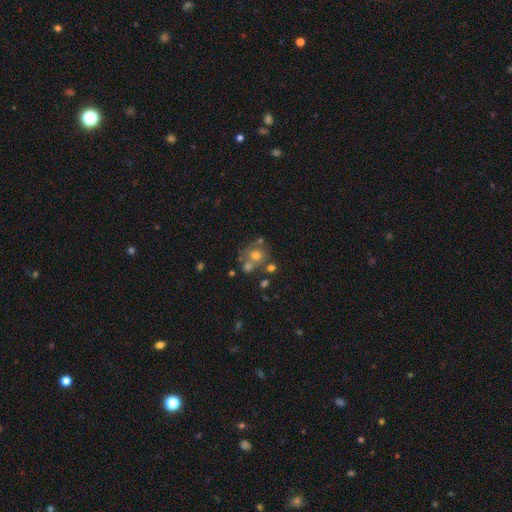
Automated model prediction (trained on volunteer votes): Smooth or featured?
  - smooth: 60% *
  - featured or disk: 24%
  - star or artifact: 16%
How rounded?
  - round: 82% *
  - in between: 17%
  - cigar-shaped: 1%
Merging?
  - none: 54% *
  - merger: 28%
  - minor disturbance: 12%
  - major disturbance: 7%